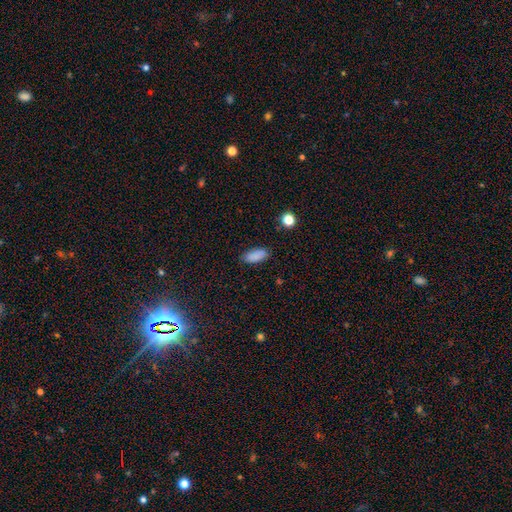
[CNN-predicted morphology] This is clearly a smooth galaxy (86%). How rounded: clearly in between (86%). Merging: clearly none (84%).